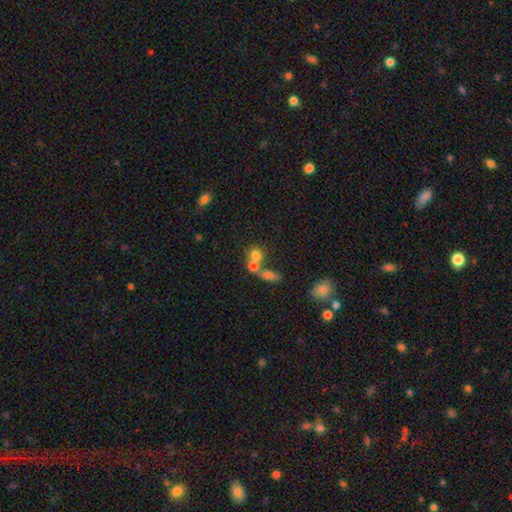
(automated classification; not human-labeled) Smooth or featured: smooth — 72% (featured or disk — 15%)
How rounded: round — 75% (in between — 23%)
Merging: merger — 51% (none — 36%)